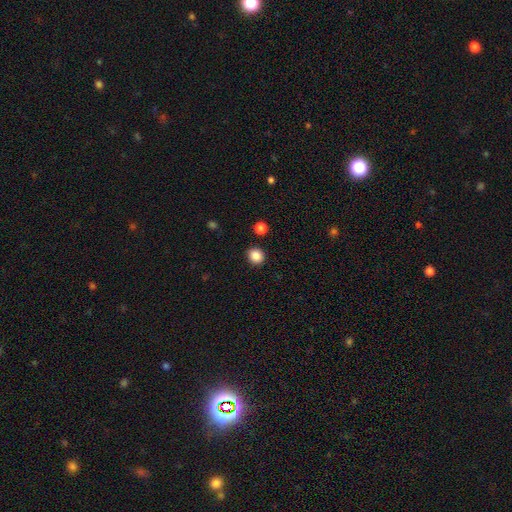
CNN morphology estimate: smooth 86%, star or artifact 10%, featured or disk 4%. Down the decision tree: how rounded — round (82%); merging — none (90%).